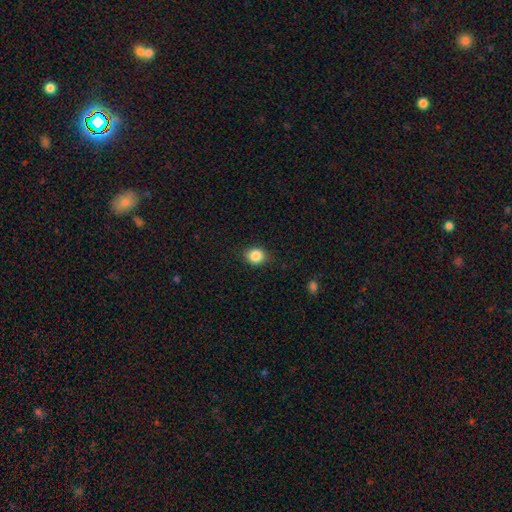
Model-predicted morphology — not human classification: smooth_or_featured: smooth (p=0.85) [alt: star or artifact p=0.10]
how_rounded: round (p=0.66) [alt: in between p=0.34]
merging: none (p=0.86) [alt: minor disturbance p=0.10]